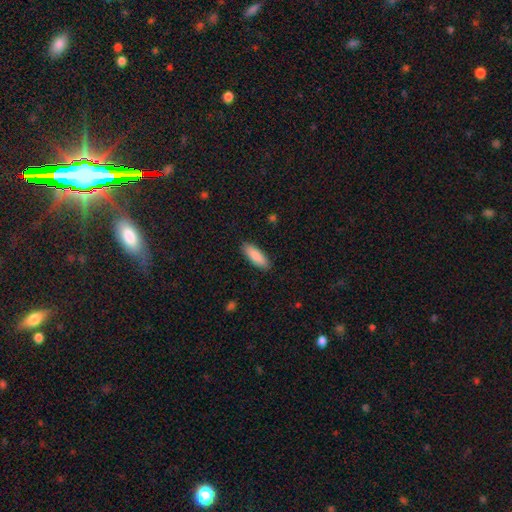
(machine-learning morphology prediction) Smooth or featured? Predicted: smooth (p=0.89). How rounded? Predicted: in between (p=0.62). Merging? Predicted: none (p=0.89).